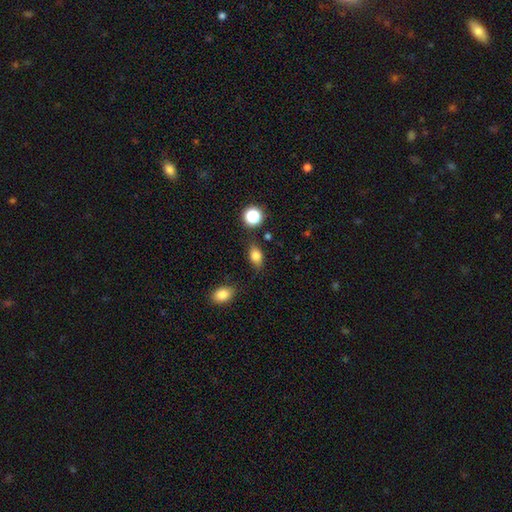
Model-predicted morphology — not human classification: Smooth or featured? smooth (80%)
How rounded? in between (81%)
Merging? none (80%)